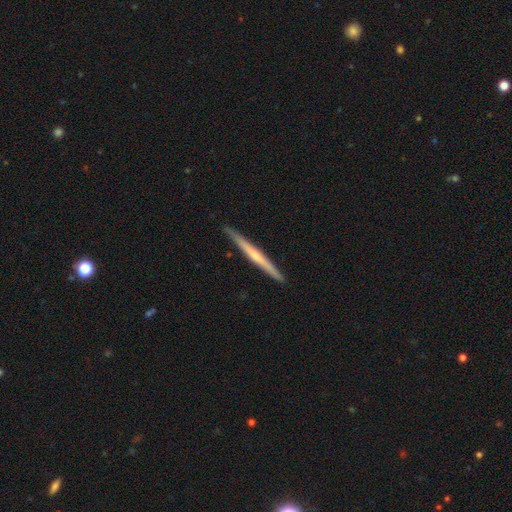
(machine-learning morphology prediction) Smooth or featured? Predicted: featured or disk (p=0.63). Edge-on disk? Predicted: yes (p=0.97). Edge-on bulge? Predicted: none (p=0.51). Merging? Predicted: none (p=0.91).